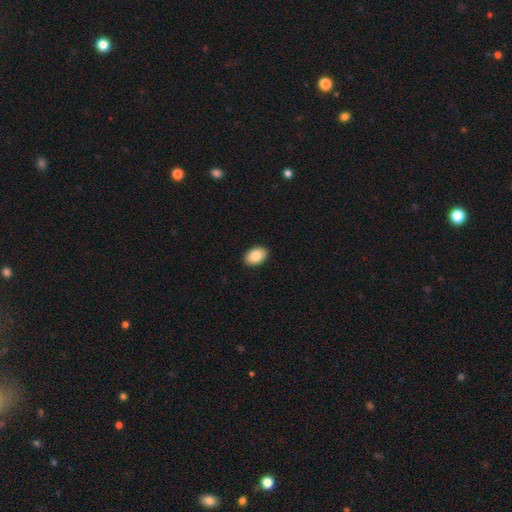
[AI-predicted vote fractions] Q: Smooth or featured?
A: smooth (87%); runner-up: star or artifact (7%)
Q: How rounded?
A: in between (90%); runner-up: round (9%)
Q: Merging?
A: none (91%); runner-up: minor disturbance (7%)